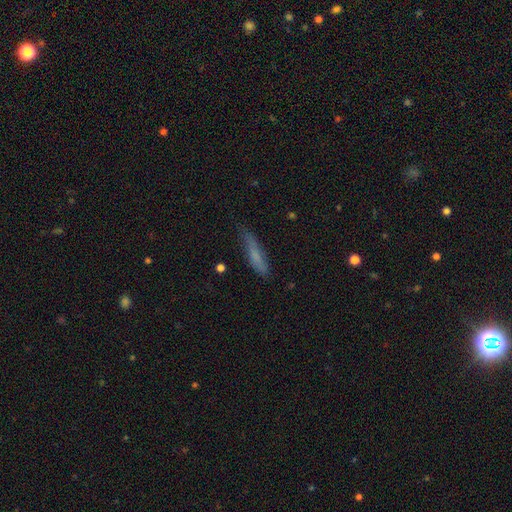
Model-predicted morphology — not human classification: A smooth galaxy with no disk features (68%) that is cigar-shaped (83%). Merging: none (67%).